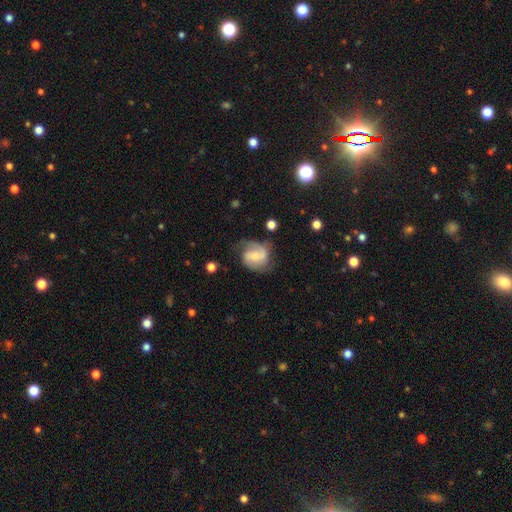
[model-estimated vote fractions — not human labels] smooth-or-featured: featured or disk: 72% | smooth: 22% | star or artifact: 7%
  disk-edge-on: no: 98% | yes: 2%
    bar: weak: 44% | no: 43% | strong: 13%
    has-spiral-arms: yes: 92% | no: 8%
      spiral-winding: medium: 47% | tight: 27% | loose: 26%
      spiral-arm-count: 2: 74% | 1: 11% | can't tell: 10% | 3: 4% | 4: 1% | more than 4: 1%
    bulge-size: small: 48% | moderate: 39% | none: 7% | large: 4% | dominant: 1%
  merging: none: 58% | minor disturbance: 25% | major disturbance: 14% | merger: 3%